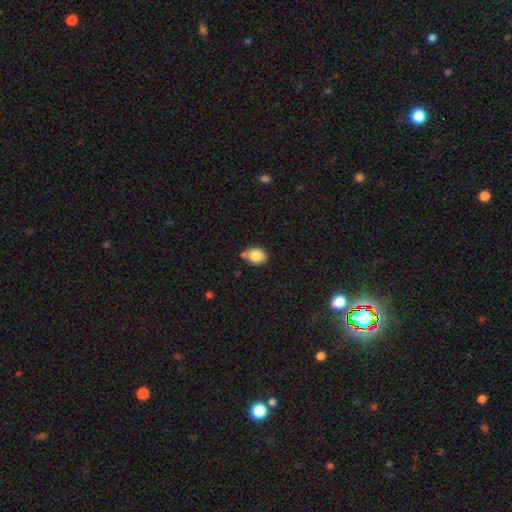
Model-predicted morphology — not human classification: type=smooth (84%); roundness=in between (54%); merging=none (64%).